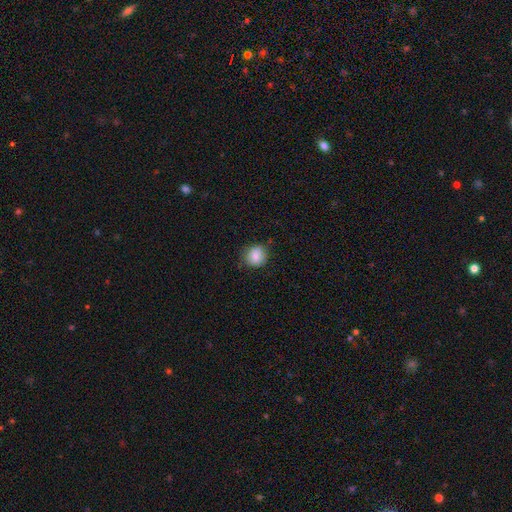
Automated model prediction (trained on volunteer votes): Overall: smooth (84%). How rounded: round (84%). Merging: none (78%).